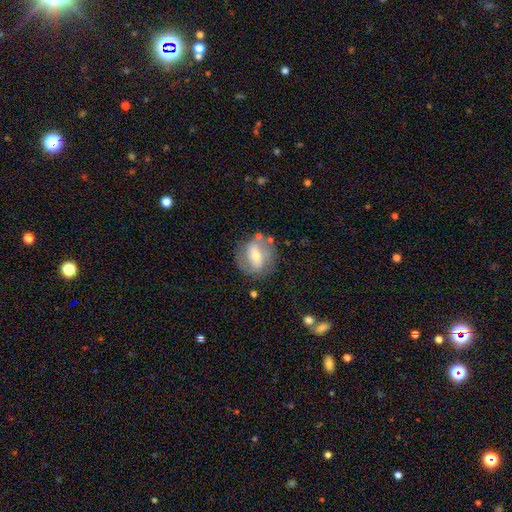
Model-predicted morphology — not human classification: Smooth or featured?
  - featured or disk: 62% *
  - smooth: 31%
  - star or artifact: 7%
Edge-on disk?
  - no: 94% *
  - yes: 6%
Bar?
  - strong: 41% *
  - weak: 39%
  - no: 21%
Spiral arms?
  - yes: 71% *
  - no: 29%
Bulge size?
  - moderate: 57% *
  - small: 35%
  - large: 6%
  - none: 2%
  - dominant: 1%
Merging?
  - none: 69% *
  - minor disturbance: 18%
  - major disturbance: 9%
  - merger: 5%